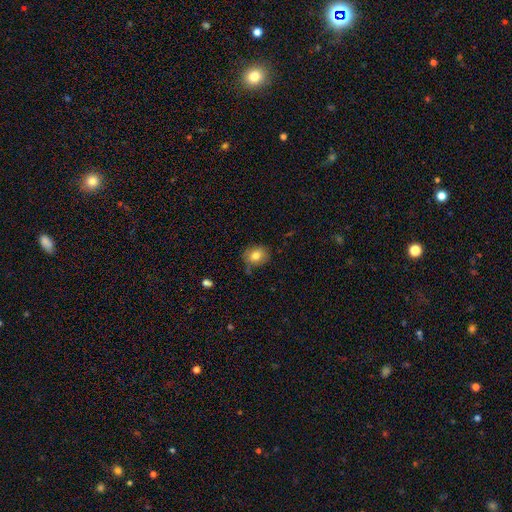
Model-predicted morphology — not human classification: smooth_or_featured: smooth (p=0.79) [alt: featured or disk p=0.11]
how_rounded: round (p=0.63) [alt: in between p=0.36]
merging: none (p=0.72) [alt: minor disturbance p=0.20]